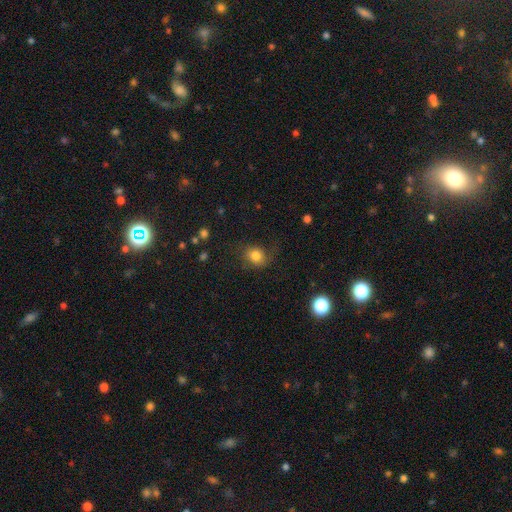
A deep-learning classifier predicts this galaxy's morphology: Smooth or featured? smooth (78%)
How rounded? round (65%)
Merging? none (68%)